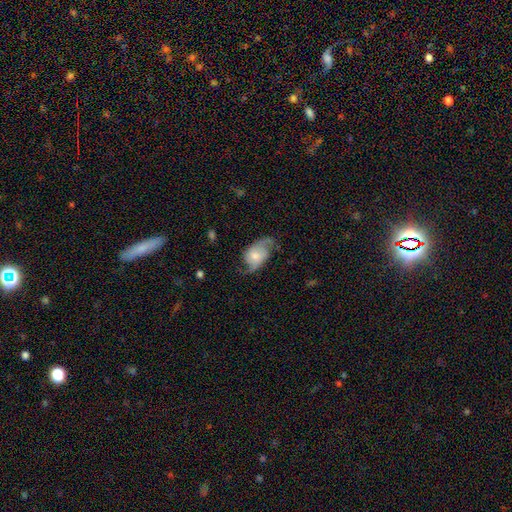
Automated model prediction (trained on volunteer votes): Smooth or featured?
  - featured or disk: 67% *
  - smooth: 26%
  - star or artifact: 7%
Edge-on disk?
  - no: 96% *
  - yes: 4%
Bar?
  - no: 71% *
  - weak: 24%
  - strong: 5%
Spiral arms?
  - yes: 91% *
  - no: 9%
Spiral winding?
  - loose: 55% *
  - medium: 34%
  - tight: 12%
Spiral arm count?
  - 2: 86% *
  - can't tell: 6%
  - 1: 4%
  - 3: 2%
  - 4: 1%
  - more than 4: 1%
Bulge size?
  - small: 43% *
  - moderate: 42%
  - large: 7%
  - none: 5%
  - dominant: 2%
Merging?
  - none: 59% *
  - minor disturbance: 25%
  - major disturbance: 14%
  - merger: 2%